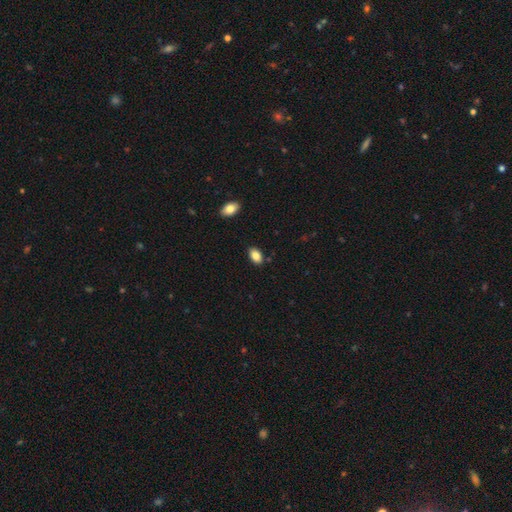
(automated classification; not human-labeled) smooth-or-featured: smooth: 86% | star or artifact: 8% | featured or disk: 6%
  how-rounded: in between: 91% | round: 7% | cigar-shaped: 2%
  merging: none: 86% | minor disturbance: 10% | merger: 2% | major disturbance: 2%